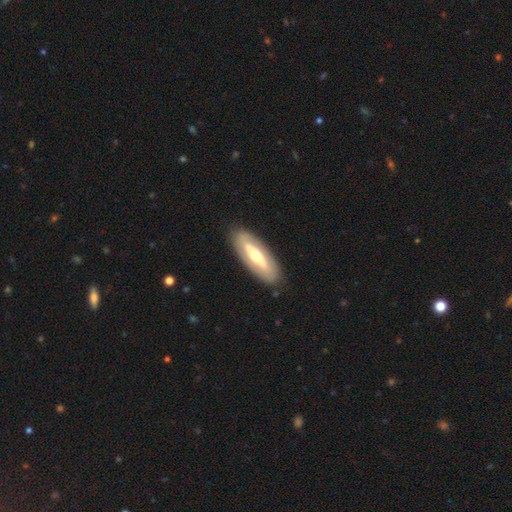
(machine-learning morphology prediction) type=featured or disk (59%); edge-on=no (72%); merging=none (87%).